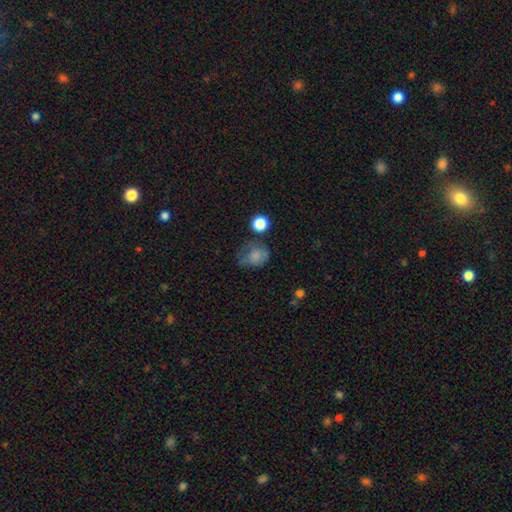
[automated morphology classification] type=smooth (72%); roundness=round (51%); merging=none (40%).